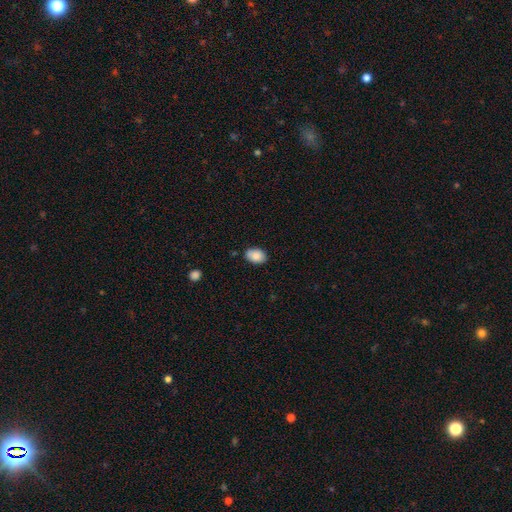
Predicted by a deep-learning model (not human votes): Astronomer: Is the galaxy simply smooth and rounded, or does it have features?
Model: smooth — 87%.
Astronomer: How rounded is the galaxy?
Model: in between — 86%.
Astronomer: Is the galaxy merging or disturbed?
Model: none — 82%.